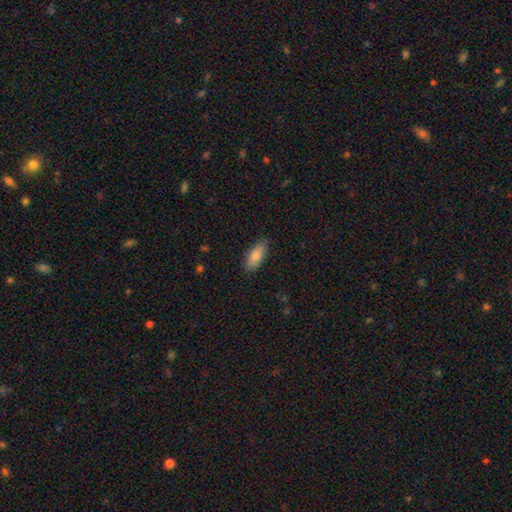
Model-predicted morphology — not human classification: Q: Smooth or featured?
A: smooth (84%); runner-up: featured or disk (10%)
Q: How rounded?
A: in between (77%); runner-up: cigar-shaped (21%)
Q: Merging?
A: none (87%); runner-up: minor disturbance (10%)